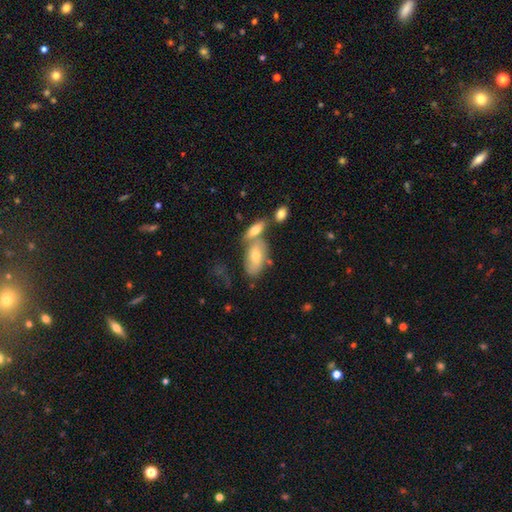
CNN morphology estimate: This is likely a smooth galaxy (63%). How rounded: clearly in between (88%). Merging: marginally none (43%).